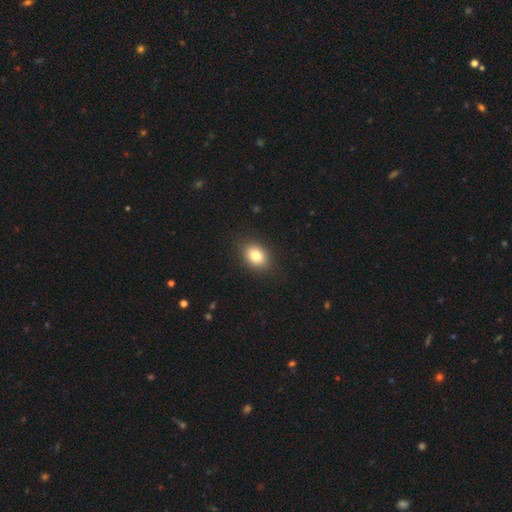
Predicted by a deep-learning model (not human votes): smooth_or_featured: smooth (p=0.81) [alt: star or artifact p=0.10]
how_rounded: in between (p=0.66) [alt: round p=0.33]
merging: none (p=0.88) [alt: minor disturbance p=0.09]